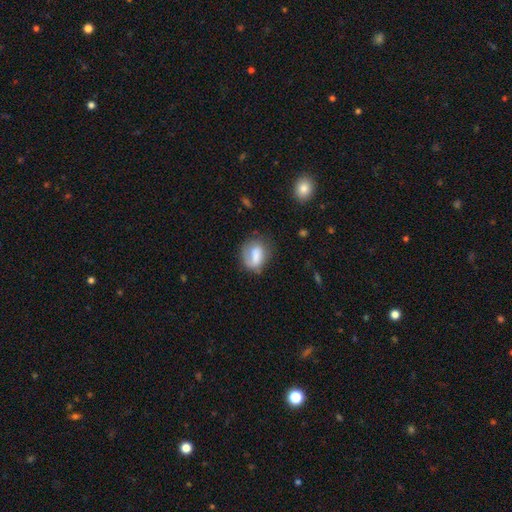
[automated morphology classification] The model was most divided on "merging": none: 54%, minor disturbance: 27%, major disturbance: 16%, merger: 3%. More confident: smooth or featured — smooth (66%); how rounded — in between (65%).